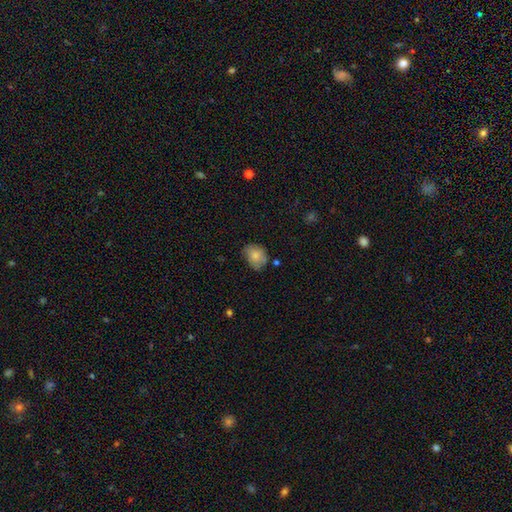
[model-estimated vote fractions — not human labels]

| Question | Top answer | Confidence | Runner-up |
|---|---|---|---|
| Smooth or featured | smooth | 81% | featured or disk (11%) |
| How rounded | in between | 59% | round (40%) |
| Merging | none | 66% | minor disturbance (26%) |